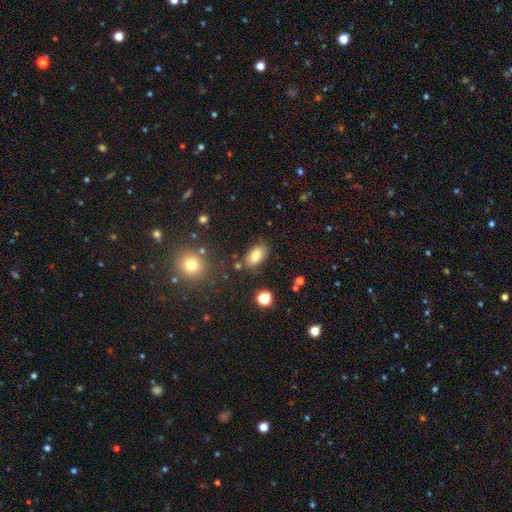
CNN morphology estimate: smooth 79%, featured or disk 10%, star or artifact 10%. Down the decision tree: how rounded — in between (90%); merging — none (78%).